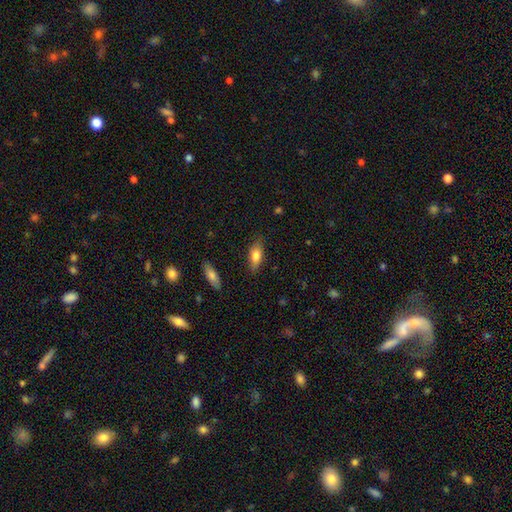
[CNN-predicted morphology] This is likely a smooth galaxy (75%). How rounded: likely in between (75%). Merging: clearly none (82%).